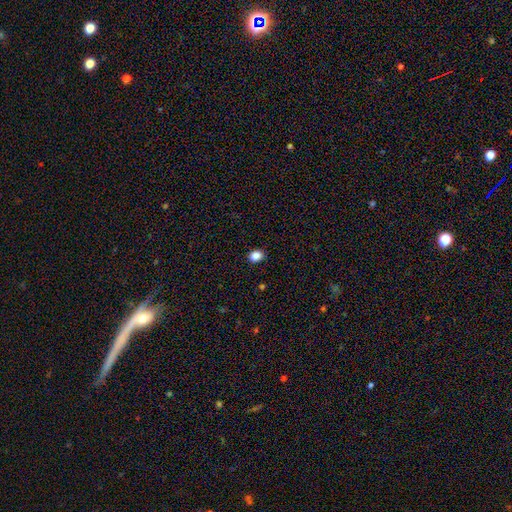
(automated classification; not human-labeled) smooth-or-featured: smooth: 86% | star or artifact: 11% | featured or disk: 4%
  how-rounded: round: 51% | in between: 49% | cigar-shaped: 1%
  merging: none: 90% | minor disturbance: 7% | major disturbance: 2% | merger: 1%